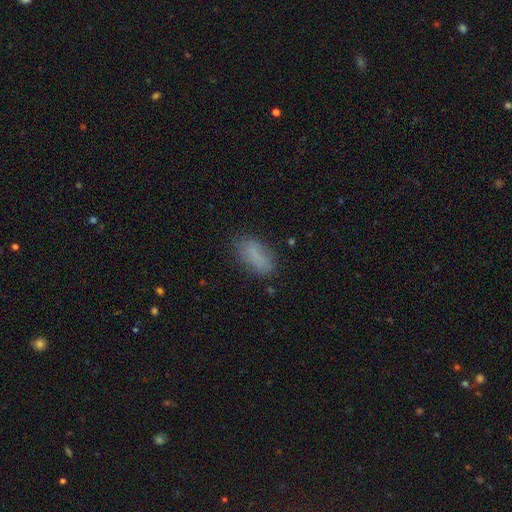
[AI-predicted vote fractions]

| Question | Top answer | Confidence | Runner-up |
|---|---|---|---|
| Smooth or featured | smooth | 78% | featured or disk (12%) |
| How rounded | in between | 82% | cigar-shaped (15%) |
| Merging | none | 71% | minor disturbance (19%) |